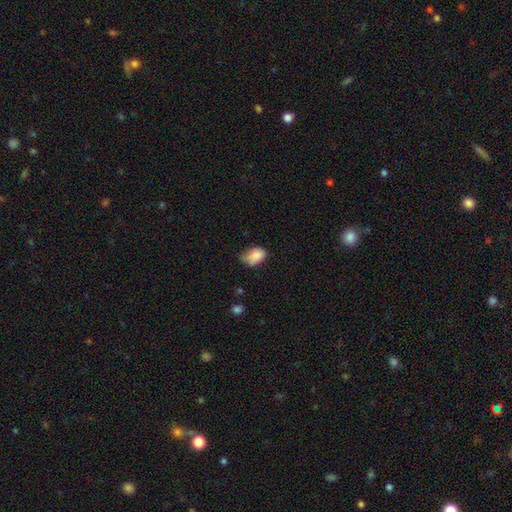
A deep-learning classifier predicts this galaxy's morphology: This is clearly a smooth galaxy (84%). How rounded: clearly in between (85%). Merging: marginally minor disturbance (44%).